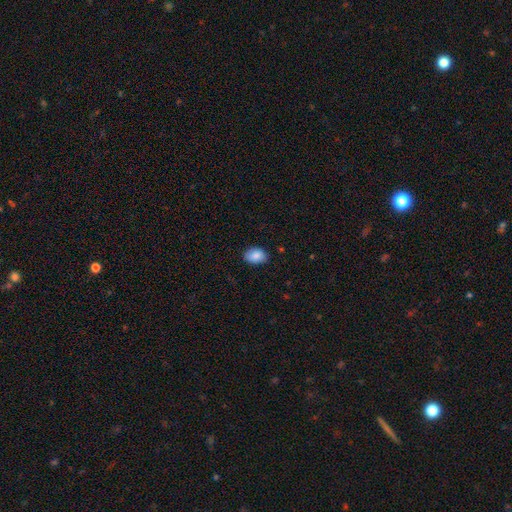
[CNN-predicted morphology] A smooth galaxy with no disk features (87%) that is in between round and cigar-shaped (83%). Merging: none (84%).